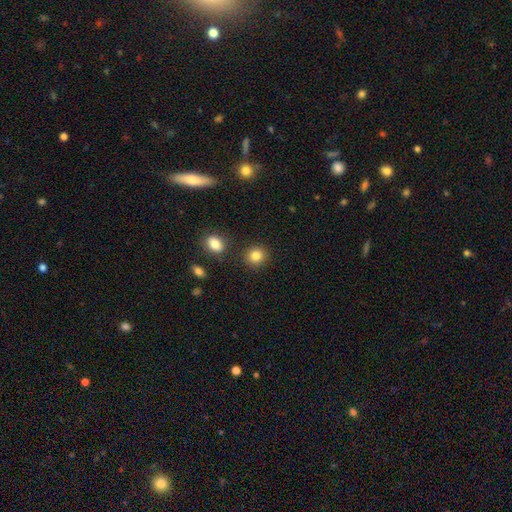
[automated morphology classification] Smooth or featured? Predicted: smooth (p=0.85). How rounded? Predicted: round (p=0.83). Merging? Predicted: none (p=0.86).